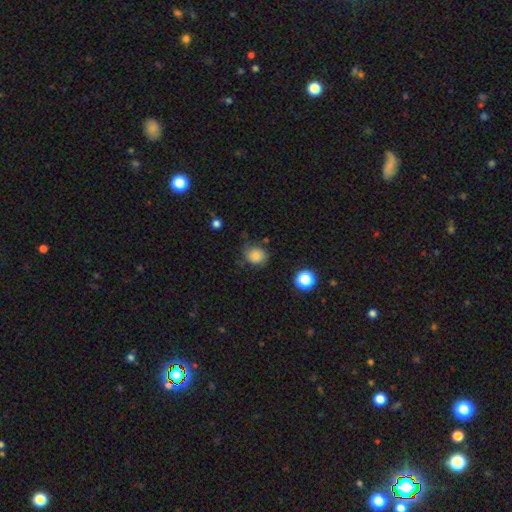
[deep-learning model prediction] Smooth or featured?
  - smooth: 81% *
  - star or artifact: 11%
  - featured or disk: 8%
How rounded?
  - round: 75% *
  - in between: 25%
  - cigar-shaped: 1%
Merging?
  - none: 67% *
  - minor disturbance: 23%
  - major disturbance: 6%
  - merger: 3%